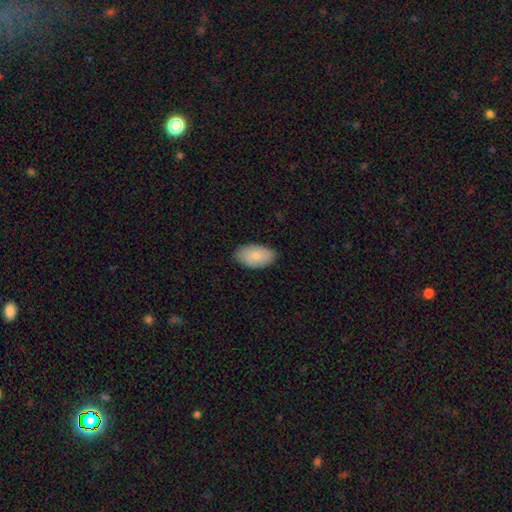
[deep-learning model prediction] Q: Smooth or featured?
A: smooth (83%); runner-up: featured or disk (11%)
Q: How rounded?
A: in between (95%); runner-up: round (4%)
Q: Merging?
A: none (83%); runner-up: minor disturbance (14%)